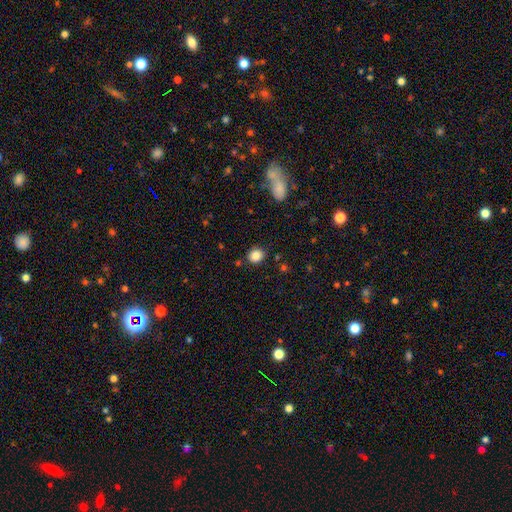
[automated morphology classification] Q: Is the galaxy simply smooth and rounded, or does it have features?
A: smooth — 85%.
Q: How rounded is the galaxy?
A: round — 78%.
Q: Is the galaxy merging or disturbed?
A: none — 86%.